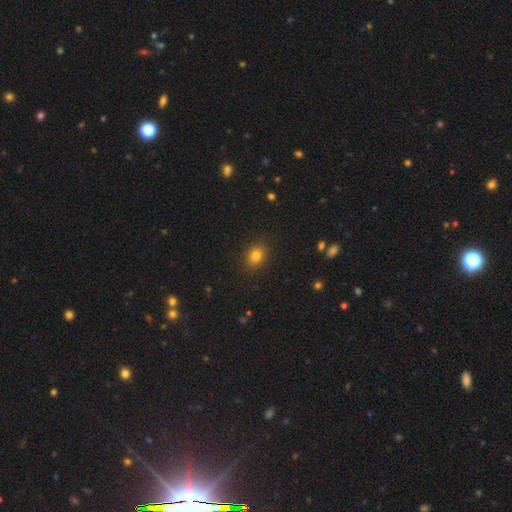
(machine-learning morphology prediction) Q: Smooth or featured?
A: smooth (81%); runner-up: star or artifact (12%)
Q: How rounded?
A: in between (56%); runner-up: round (43%)
Q: Merging?
A: none (87%); runner-up: minor disturbance (9%)